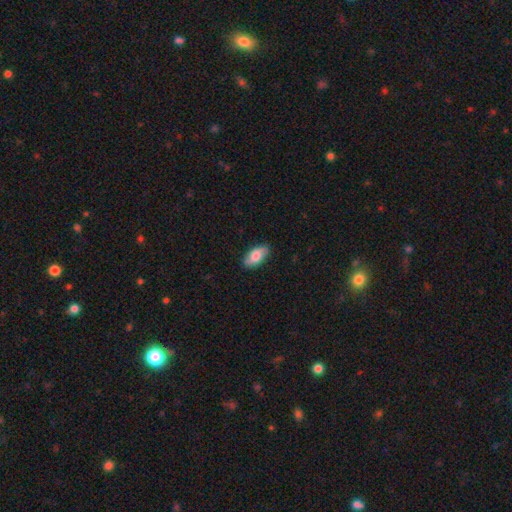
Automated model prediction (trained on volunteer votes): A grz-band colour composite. It shows a smooth galaxy with no disk features (72%) that is in between round and cigar-shaped (92%). Merging: none (86%).